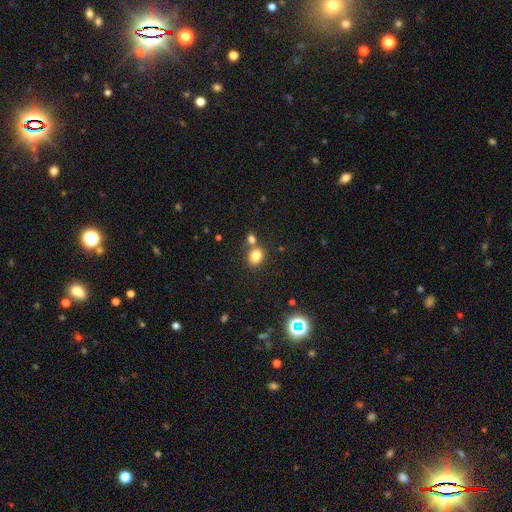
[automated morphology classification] smooth-or-featured: smooth: 80% | star or artifact: 13% | featured or disk: 7%
  how-rounded: round: 59% | in between: 40% | cigar-shaped: 1%
  merging: none: 61% | merger: 26% | minor disturbance: 10% | major disturbance: 3%